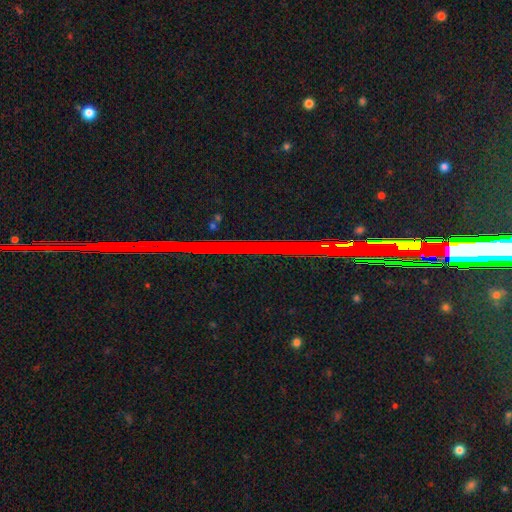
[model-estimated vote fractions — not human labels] Morphology: type=star or artifact (83%).